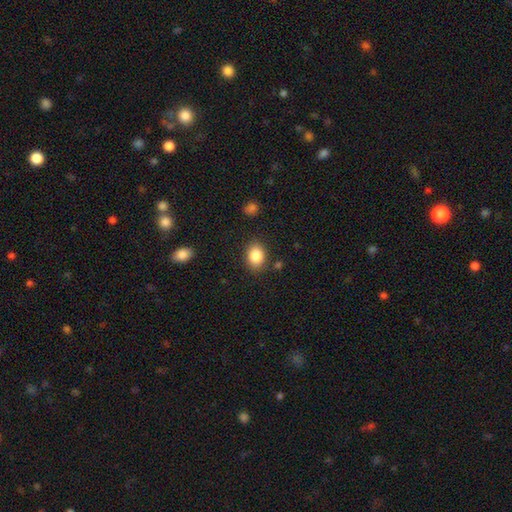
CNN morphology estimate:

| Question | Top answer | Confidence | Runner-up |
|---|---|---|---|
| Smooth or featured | smooth | 85% | star or artifact (9%) |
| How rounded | in between | 60% | round (39%) |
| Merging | none | 84% | minor disturbance (11%) |